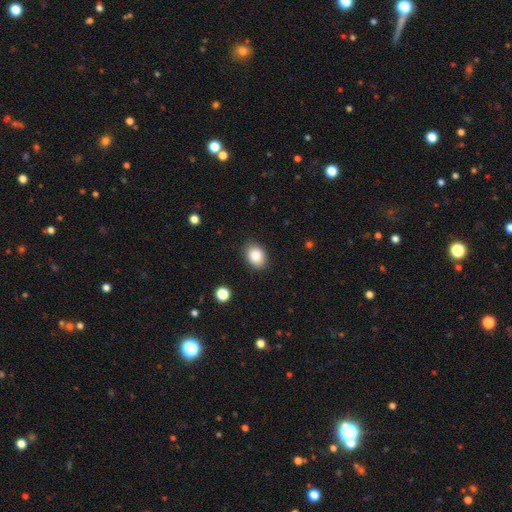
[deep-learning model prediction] smooth 86%, star or artifact 8%, featured or disk 6%. Down the decision tree: how rounded — in between (69%); merging — none (87%).